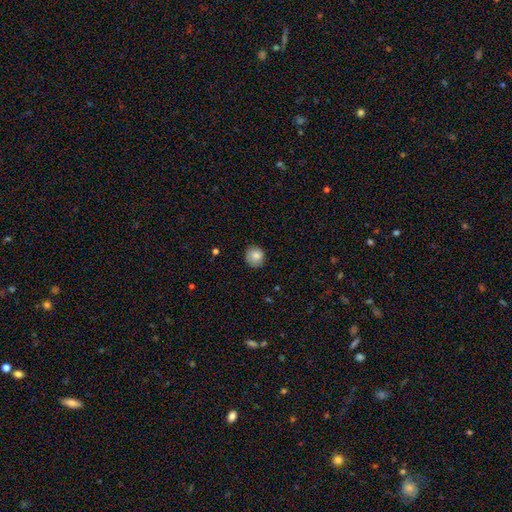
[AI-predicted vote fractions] Smooth or featured: smooth — 83% (featured or disk — 9%)
How rounded: round — 84% (in between — 15%)
Merging: none — 82% (minor disturbance — 14%)